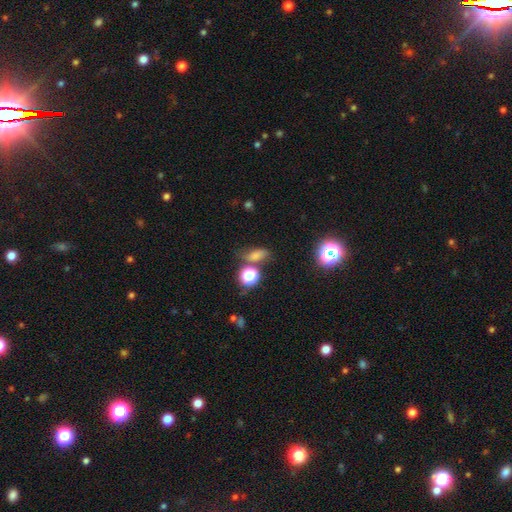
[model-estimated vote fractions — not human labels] Smooth or featured? smooth (68%)
How rounded? in between (69%)
Merging? none (64%)